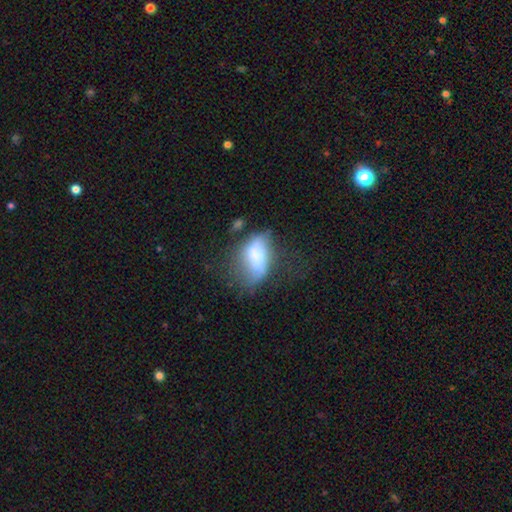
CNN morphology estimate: Smooth or featured?
  - smooth: 53% *
  - featured or disk: 37%
  - star or artifact: 10%
How rounded?
  - in between: 84% *
  - round: 10%
  - cigar-shaped: 6%
Merging?
  - major disturbance: 36% *
  - none: 29%
  - minor disturbance: 27%
  - merger: 9%